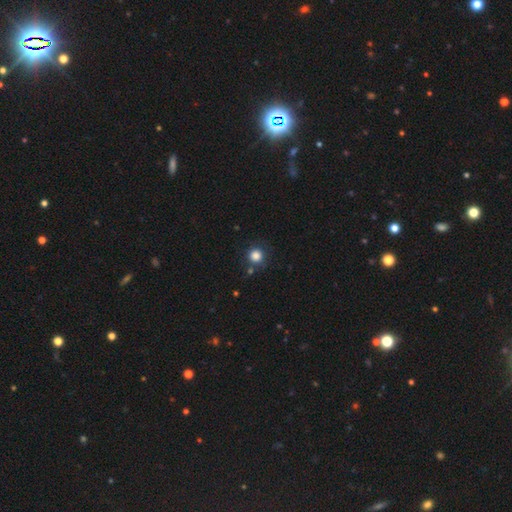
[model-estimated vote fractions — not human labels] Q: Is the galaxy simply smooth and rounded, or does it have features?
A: smooth — 84%.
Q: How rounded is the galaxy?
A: round — 92%.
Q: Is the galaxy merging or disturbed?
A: none — 80%.